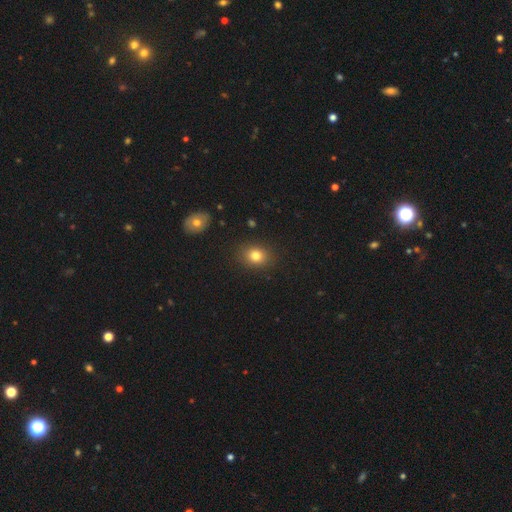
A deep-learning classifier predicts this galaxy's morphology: A smooth galaxy with no disk features (79%) that is round (54%).

Vote fractions:
- Smooth or featured? smooth: 79% / star or artifact: 12% / featured or disk: 9%
- How rounded? round: 54% / in between: 45% / cigar-shaped: 1%
- Merging? none: 87% / minor disturbance: 8% / major disturbance: 3% / merger: 2%